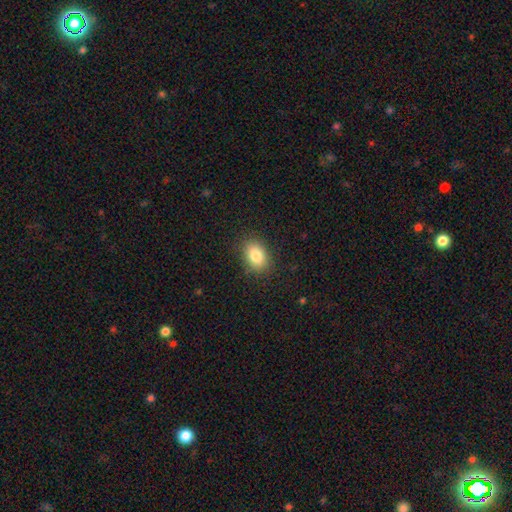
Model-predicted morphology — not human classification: Smooth or featured? smooth (84%)
How rounded? in between (80%)
Merging? none (86%)